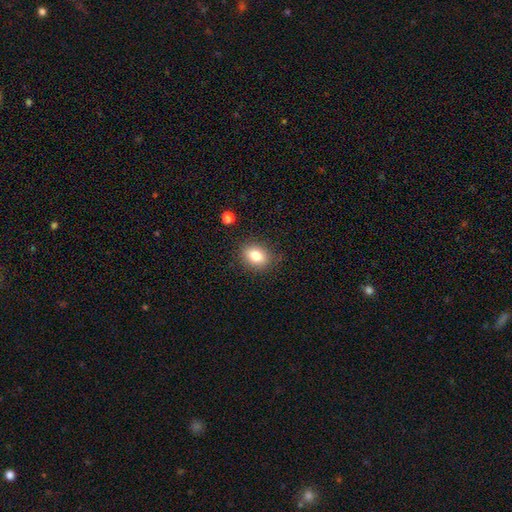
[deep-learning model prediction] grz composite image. It shows a smooth galaxy with no disk features (79%) that is in between round and cigar-shaped (60%). Merging: none (85%).